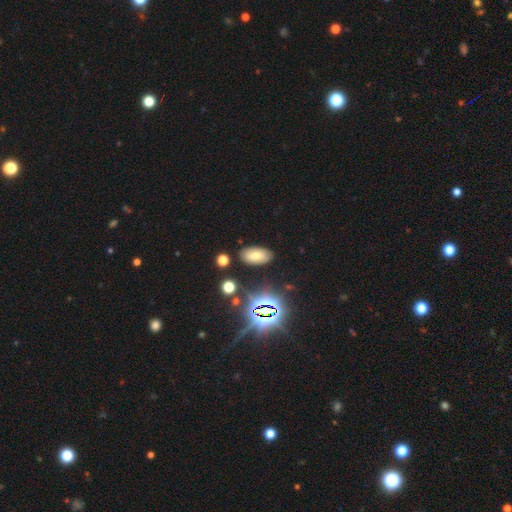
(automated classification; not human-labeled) This appears to be a smooth galaxy with no disk features (66%) that is in between round and cigar-shaped (93%). Merging: none (85%).